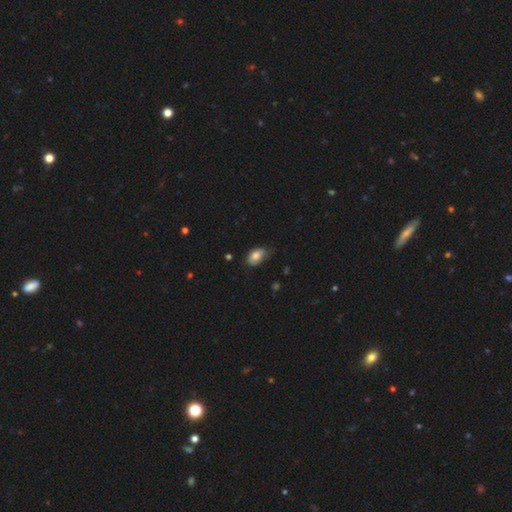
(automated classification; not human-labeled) This is likely a smooth galaxy (80%). How rounded: clearly in between (88%). Merging: possibly none (58%).